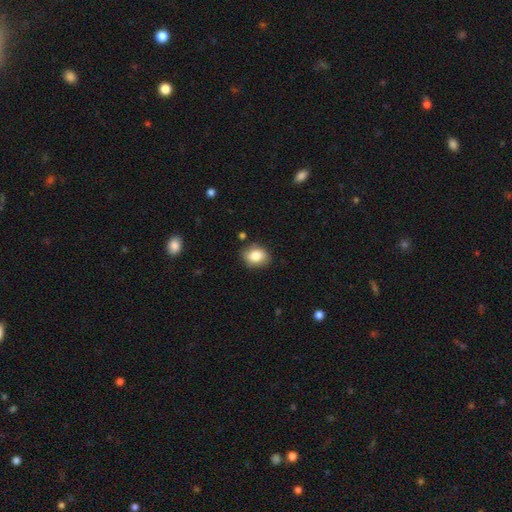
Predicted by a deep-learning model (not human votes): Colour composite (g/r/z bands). It shows a smooth galaxy with no disk features (84%) that is in between round and cigar-shaped (56%). Merging: none (81%).